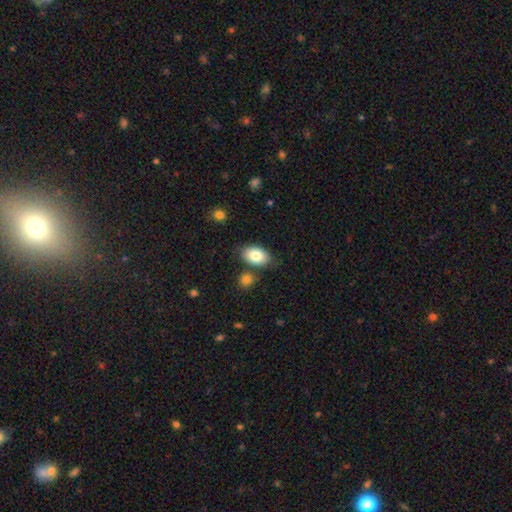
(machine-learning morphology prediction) A smooth galaxy with no disk features (83%) that is in between round and cigar-shaped (90%).

Vote fractions:
- Smooth or featured? smooth: 83% / featured or disk: 10% / star or artifact: 7%
- How rounded? in between: 90% / round: 9% / cigar-shaped: 1%
- Merging? none: 76% / minor disturbance: 13% / merger: 8% / major disturbance: 3%